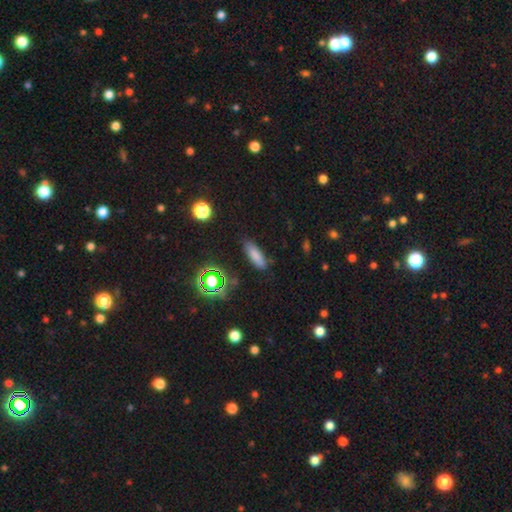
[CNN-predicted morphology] Overall: smooth (76%). How rounded: in between (49%; cigar-shaped 48%). Merging: none (80%).